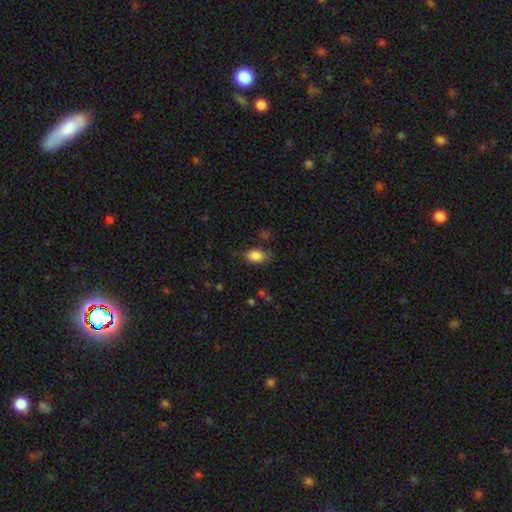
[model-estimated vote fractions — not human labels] A smooth galaxy with no disk features (86%) that is in between round and cigar-shaped (84%). Merging: none (74%).